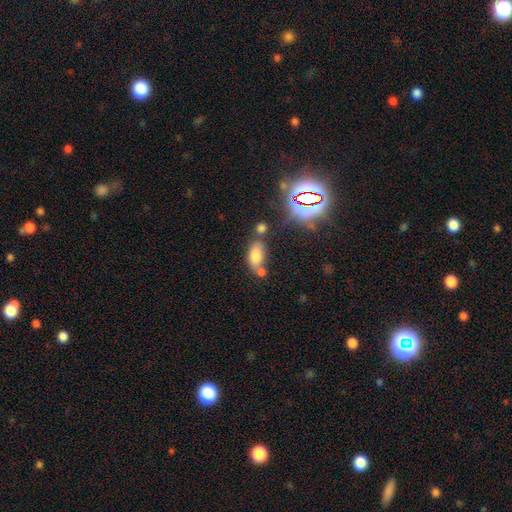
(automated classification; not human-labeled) smooth-or-featured: smooth: 74% | star or artifact: 14% | featured or disk: 12%
  how-rounded: in between: 87% | cigar-shaped: 7% | round: 6%
  merging: none: 48% | merger: 29% | minor disturbance: 16% | major disturbance: 7%